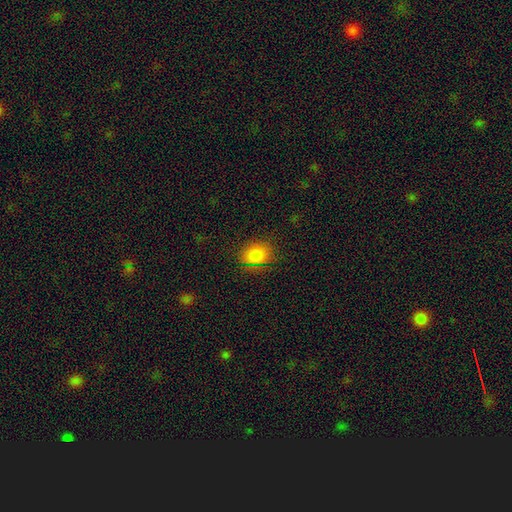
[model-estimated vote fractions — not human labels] The model was most divided on "how rounded": round: 50%, in between: 49%, cigar-shaped: 1%. More confident: merging — none (83%); smooth or featured — smooth (81%).